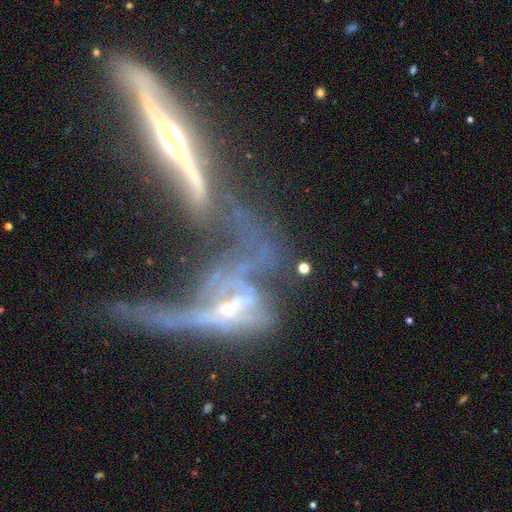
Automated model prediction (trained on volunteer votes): featured or disk 80%, smooth 11%, star or artifact 10%. Down the decision tree: edge-on disk — yes (67%); edge-on bulge — rounded (84%); merging — merger (61%).